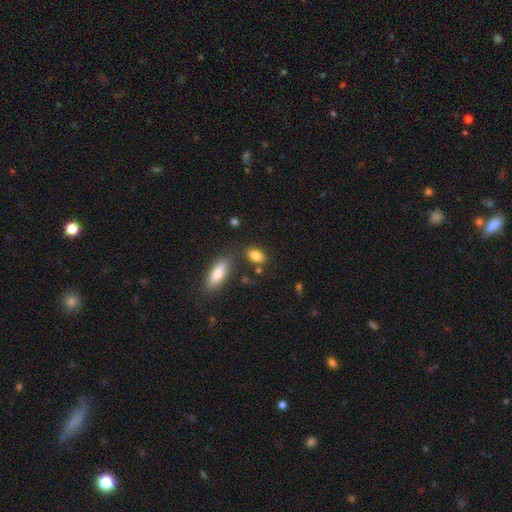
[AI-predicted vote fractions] The model was most divided on "merging": none: 74%, minor disturbance: 13%, merger: 9%, major disturbance: 4%. More confident: how rounded — in between (84%); smooth or featured — smooth (83%).